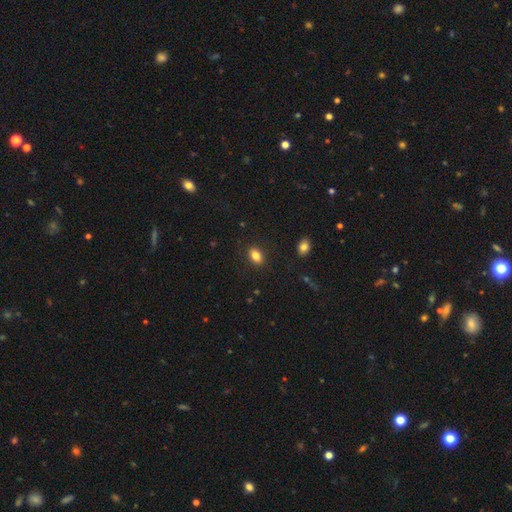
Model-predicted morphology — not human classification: Q: Smooth or featured?
A: smooth (83%); runner-up: star or artifact (9%)
Q: How rounded?
A: in between (83%); runner-up: round (15%)
Q: Merging?
A: none (87%); runner-up: minor disturbance (9%)